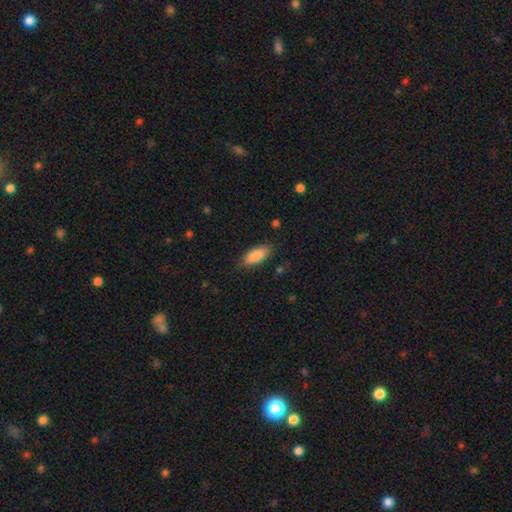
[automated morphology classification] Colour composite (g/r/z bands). It shows a smooth galaxy with no disk features (87%) that is in between round and cigar-shaped (81%). Merging: none (83%).